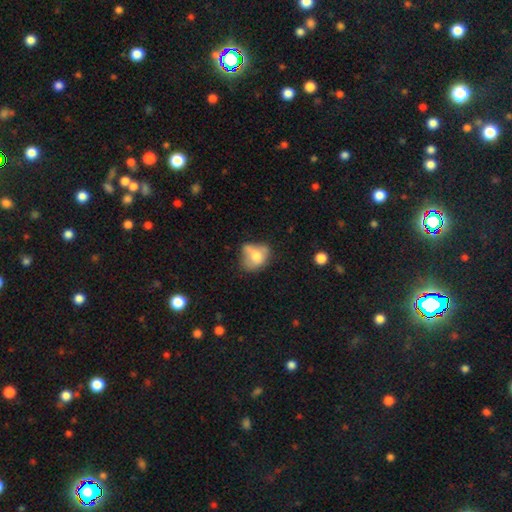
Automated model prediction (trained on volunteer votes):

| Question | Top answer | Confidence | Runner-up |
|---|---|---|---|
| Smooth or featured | smooth | 65% | featured or disk (25%) |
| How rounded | in between | 55% | round (44%) |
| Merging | none | 34% | minor disturbance (31%) |